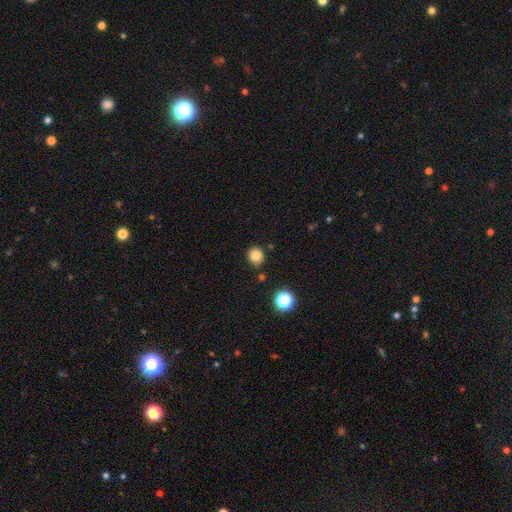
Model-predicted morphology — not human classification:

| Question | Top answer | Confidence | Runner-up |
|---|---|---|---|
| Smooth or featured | smooth | 83% | star or artifact (12%) |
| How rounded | round | 83% | in between (16%) |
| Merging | none | 82% | minor disturbance (11%) |